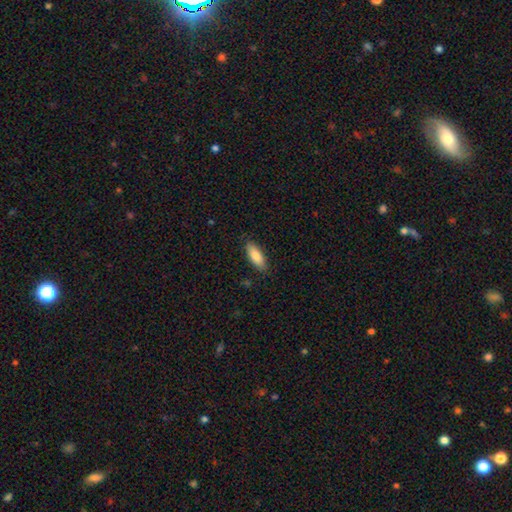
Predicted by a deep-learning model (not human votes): smooth_or_featured: smooth (p=0.84) [alt: featured or disk p=0.10]
how_rounded: in between (p=0.69) [alt: cigar-shaped p=0.29]
merging: none (p=0.86) [alt: minor disturbance p=0.11]